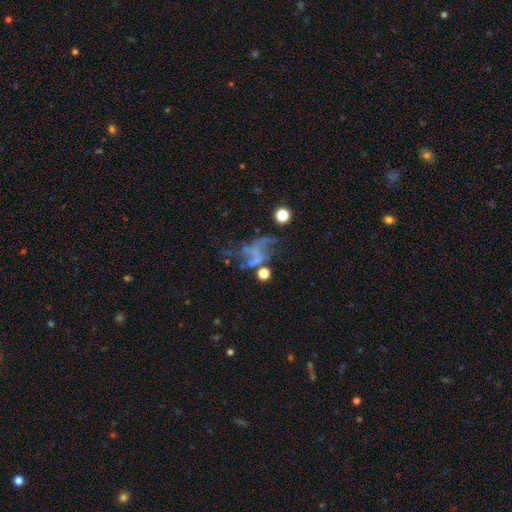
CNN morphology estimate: This is possibly a featured or disk galaxy (58%). It is clearly not viewed edge-on (97%). Bar: likely no (75%). Spiral arm pattern: possibly no (54%). Central bulge: likely none (79%). Merging: marginally major disturbance (38%).